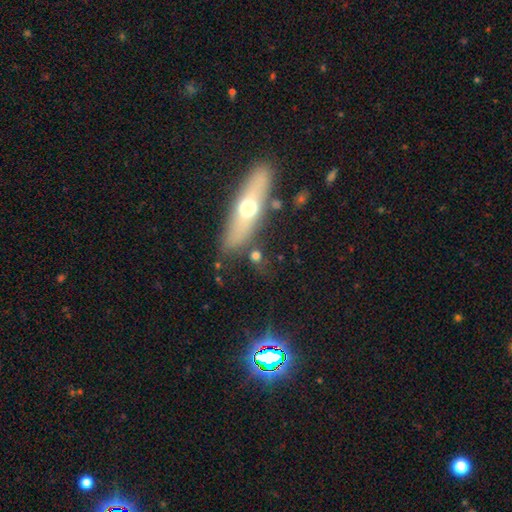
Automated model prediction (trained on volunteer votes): Q: Smooth or featured?
A: smooth (60%); runner-up: featured or disk (23%)
Q: How rounded?
A: round (52%); runner-up: in between (32%)
Q: Merging?
A: none (68%); runner-up: minor disturbance (13%)